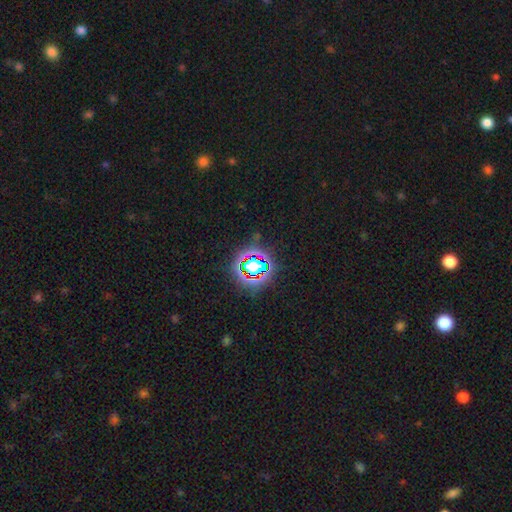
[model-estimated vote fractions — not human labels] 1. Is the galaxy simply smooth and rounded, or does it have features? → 78% star or artifact, 14% smooth, 8% featured or disk.